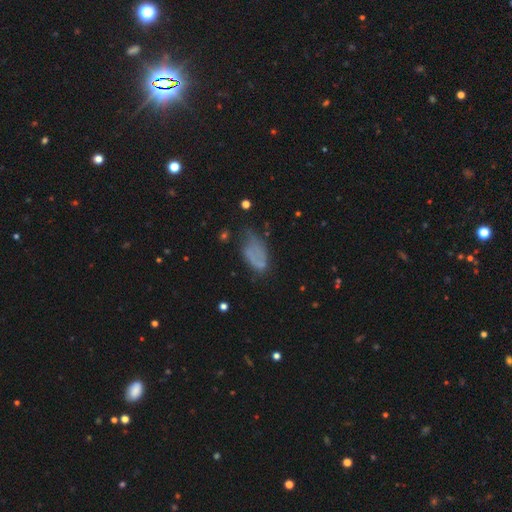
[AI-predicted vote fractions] smooth-or-featured: smooth: 56% | featured or disk: 30% | star or artifact: 14%
  how-rounded: in between: 90% | round: 6% | cigar-shaped: 4%
  merging: none: 35% | minor disturbance: 32% | major disturbance: 28% | merger: 5%